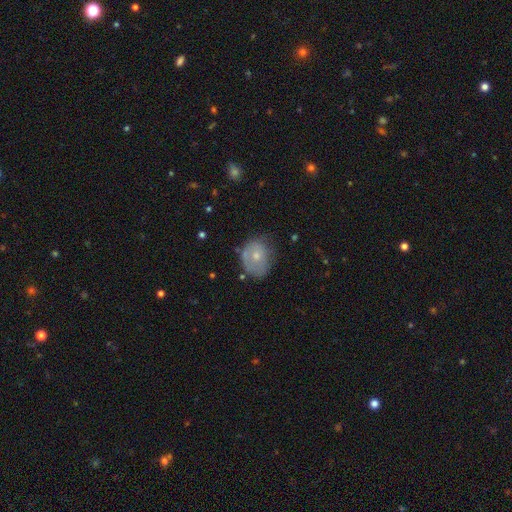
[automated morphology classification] A smooth galaxy with no disk features (58%) that is round (53%). Merging: none (54%).